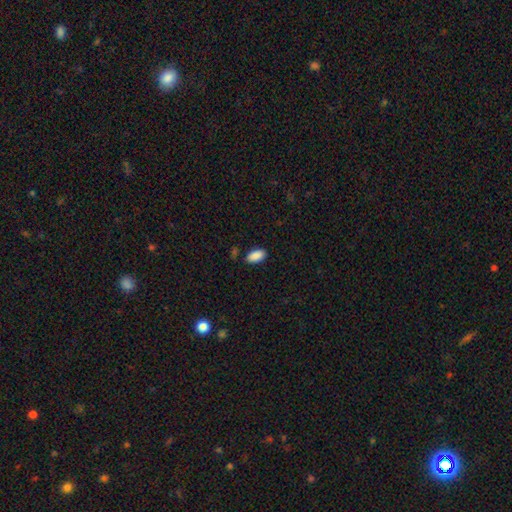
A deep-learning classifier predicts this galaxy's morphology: Smooth or featured? smooth (89%)
How rounded? in between (94%)
Merging? none (84%)